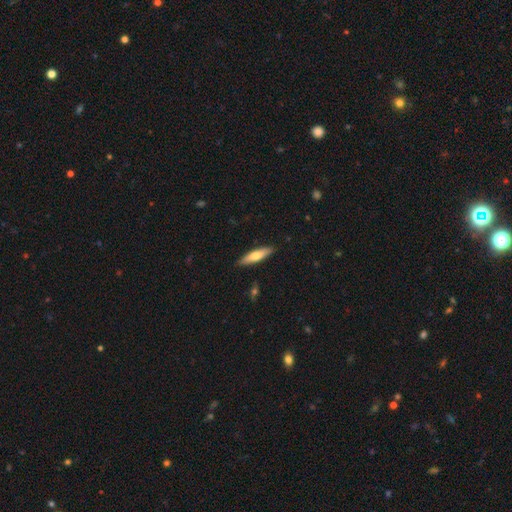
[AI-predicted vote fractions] smooth_or_featured: smooth (p=0.66) [alt: featured or disk p=0.29]
how_rounded: cigar-shaped (p=0.69) [alt: in between p=0.29]
merging: none (p=0.88) [alt: minor disturbance p=0.09]